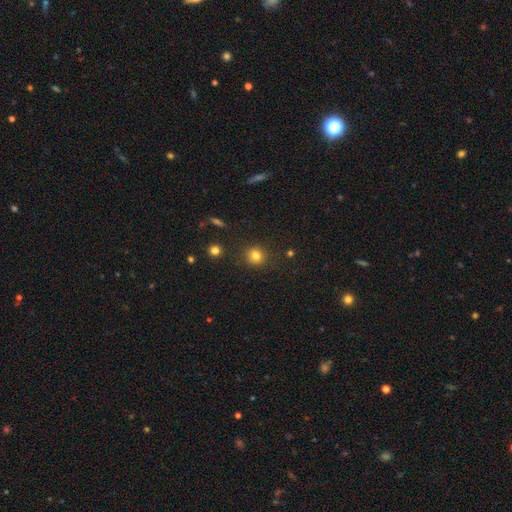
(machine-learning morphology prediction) smooth-or-featured: smooth: 81% | star or artifact: 13% | featured or disk: 6%
  how-rounded: round: 89% | in between: 10% | cigar-shaped: 1%
  merging: none: 88% | minor disturbance: 7% | major disturbance: 3% | merger: 2%